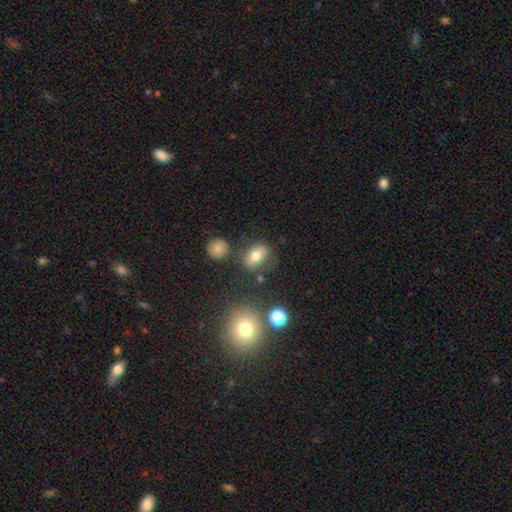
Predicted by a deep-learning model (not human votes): Smooth or featured: smooth — 73% (featured or disk — 15%)
How rounded: in between — 74% (round — 24%)
Merging: none — 73% (minor disturbance — 15%)